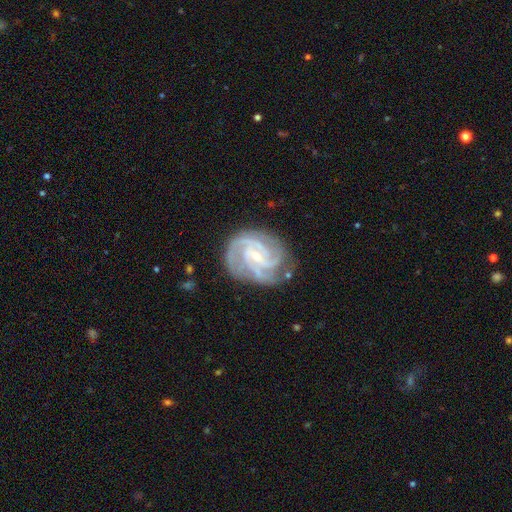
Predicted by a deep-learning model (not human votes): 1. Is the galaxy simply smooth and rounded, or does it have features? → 91% featured or disk, 5% star or artifact, 4% smooth.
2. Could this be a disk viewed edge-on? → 98% no, 2% yes.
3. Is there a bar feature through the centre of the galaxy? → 44% weak, 39% no, 17% strong.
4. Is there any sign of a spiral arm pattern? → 98% yes, 2% no.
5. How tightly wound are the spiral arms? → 61% tight, 35% medium, 4% loose.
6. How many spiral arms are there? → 42% 3, 25% 4, 13% 2, 10% can't tell, 5% more than 4, 5% 1.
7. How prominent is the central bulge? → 74% small, 22% moderate, 2% none, 1% large, 1% dominant.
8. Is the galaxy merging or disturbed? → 75% none, 17% minor disturbance, 6% major disturbance, 2% merger.